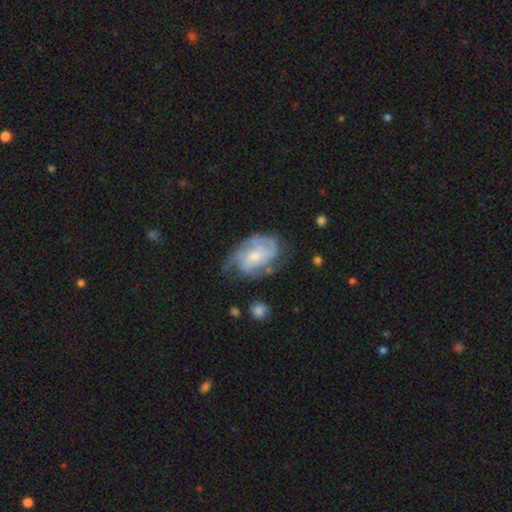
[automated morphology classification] type=featured or disk (77%); edge-on=no (97%); bar=no (65%); spiral arms=yes (91%); winding=tight (46%); arm count=can't tell (33%); bulge=small (57%); merging=none (53%).